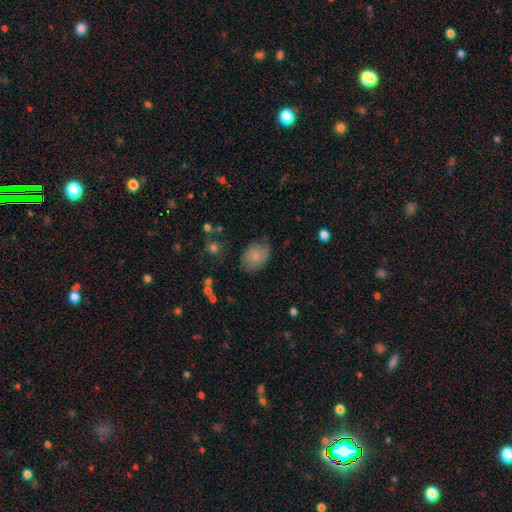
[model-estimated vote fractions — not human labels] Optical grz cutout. It shows a smooth galaxy with no disk features (79%) that is in between round and cigar-shaped (75%). Merging: none (70%).